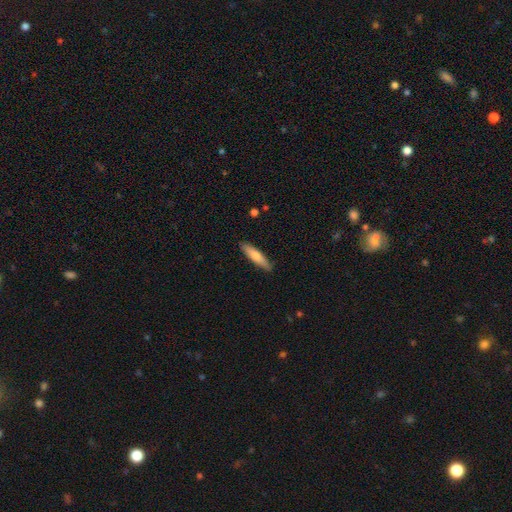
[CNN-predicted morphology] smooth-or-featured: smooth: 73% | featured or disk: 22% | star or artifact: 5%
  how-rounded: cigar-shaped: 75% | in between: 23% | round: 1%
  merging: none: 88% | minor disturbance: 9% | major disturbance: 2% | merger: 1%